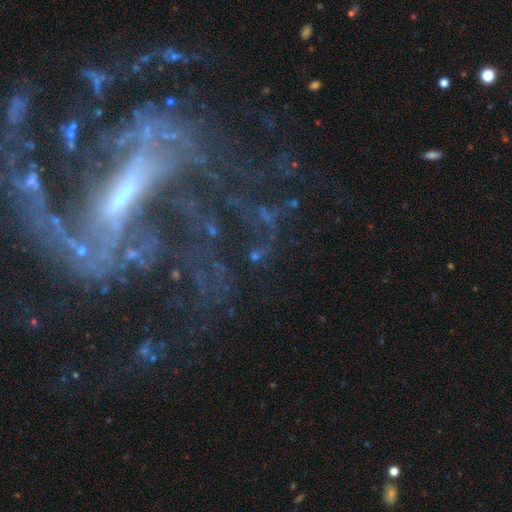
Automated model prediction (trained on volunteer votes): A star or artifact, not a galaxy (53%).

Vote fractions:
- Smooth or featured? star or artifact: 53% / featured or disk: 30% / smooth: 17%